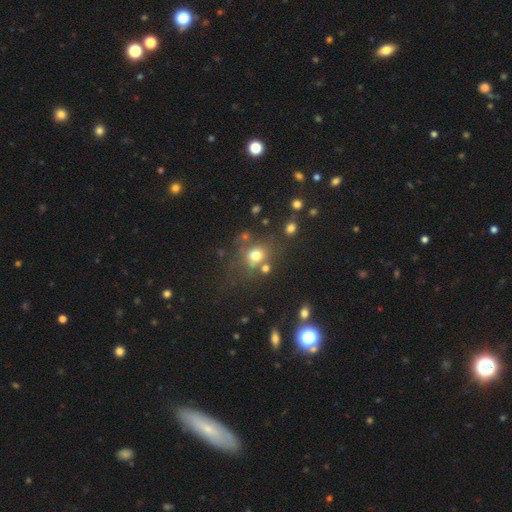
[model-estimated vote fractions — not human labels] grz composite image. It shows a smooth galaxy with no disk features (72%) that is round (74%). Merging: none (63%).